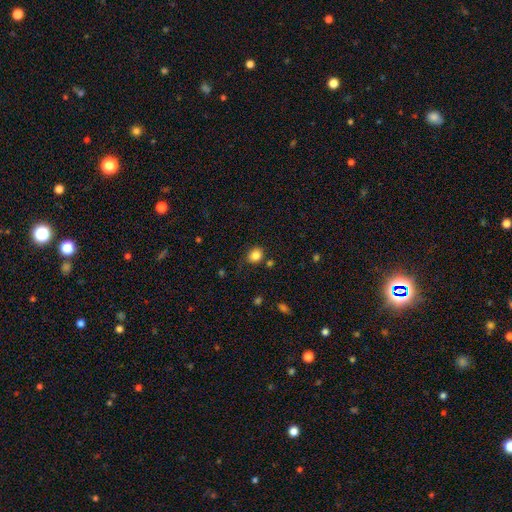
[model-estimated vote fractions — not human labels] Overall: smooth (84%). How rounded: round (59%; in between 40%). Merging: none (77%).